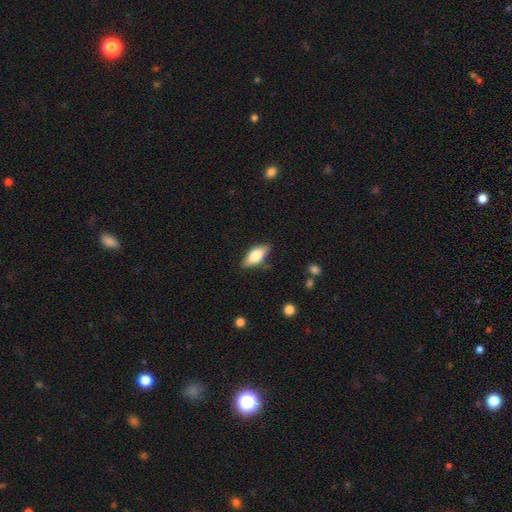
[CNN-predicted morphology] smooth_or_featured: smooth (p=0.70) [alt: featured or disk p=0.23]
how_rounded: in between (p=0.81) [alt: cigar-shaped p=0.17]
merging: none (p=0.82) [alt: minor disturbance p=0.13]